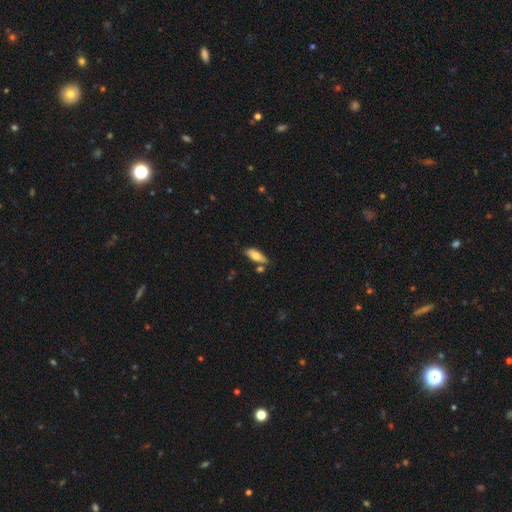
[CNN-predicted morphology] Smooth or featured? smooth (72%)
How rounded? in between (74%)
Merging? none (73%)